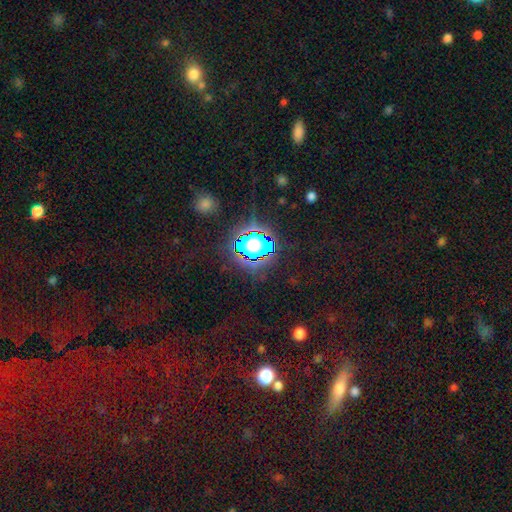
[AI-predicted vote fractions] smooth_or_featured: star or artifact (p=0.75) [alt: smooth p=0.16]